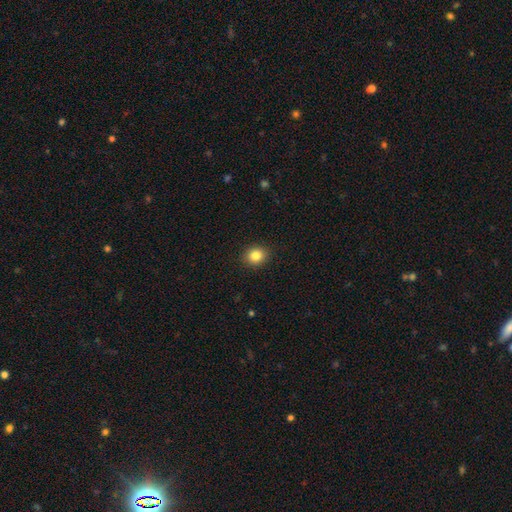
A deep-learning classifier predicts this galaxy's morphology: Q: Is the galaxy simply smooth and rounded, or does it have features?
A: smooth — 84%.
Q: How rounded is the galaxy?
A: round — 71%.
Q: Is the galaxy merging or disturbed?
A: none — 91%.